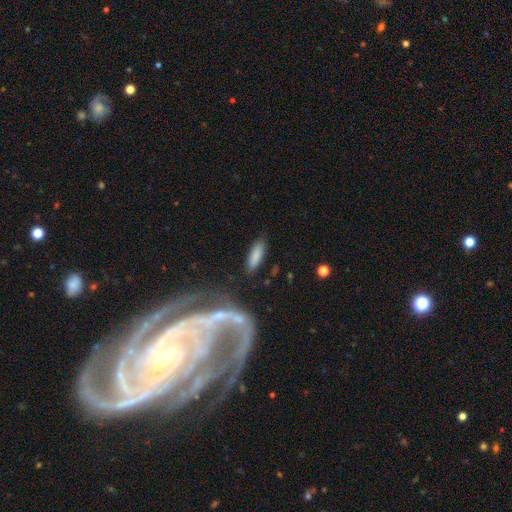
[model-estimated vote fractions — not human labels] This is clearly a smooth galaxy (83%). How rounded: possibly in between (50%). Merging: clearly none (85%).